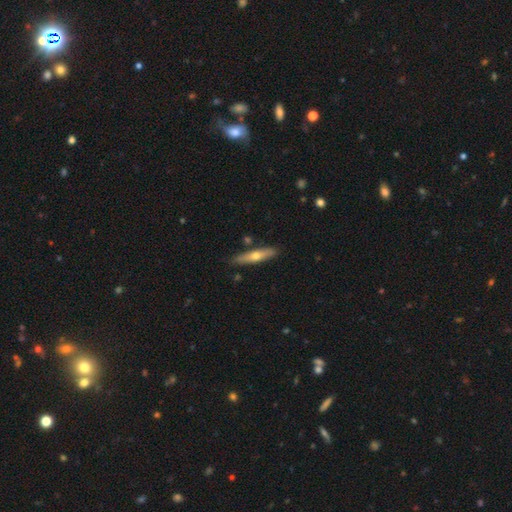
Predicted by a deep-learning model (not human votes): Smooth or featured? smooth (53%)
How rounded? cigar-shaped (80%)
Merging? none (82%)